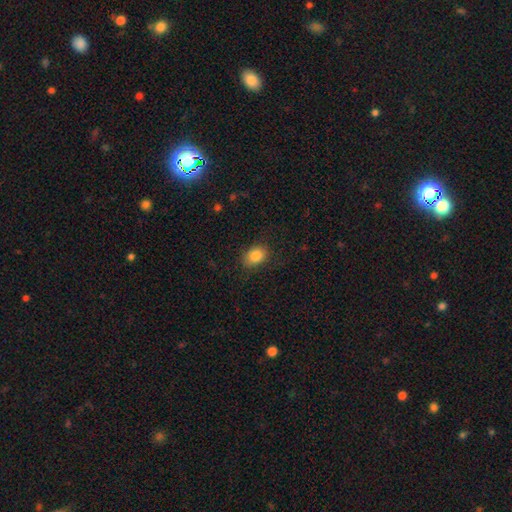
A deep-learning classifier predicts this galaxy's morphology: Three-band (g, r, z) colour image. It shows a smooth galaxy with no disk features (85%) that is in between round and cigar-shaped (67%). Merging: none (82%).